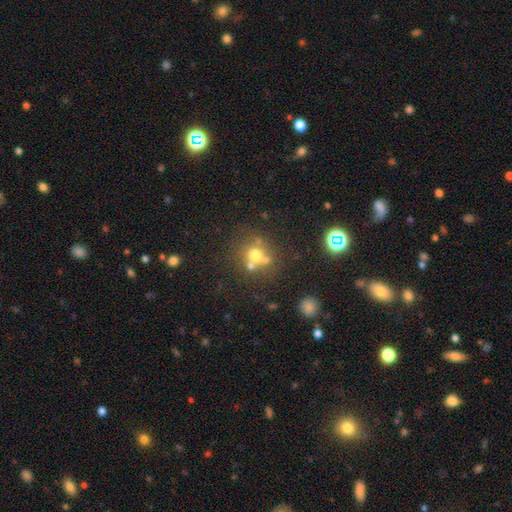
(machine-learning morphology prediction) Overall: smooth (61%). How rounded: round (82%). Merging: none (51%; merger 31%).